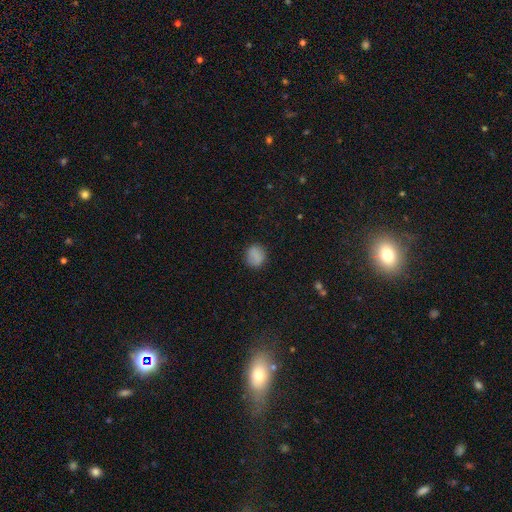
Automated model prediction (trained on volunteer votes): A smooth galaxy with no disk features (83%) that is round (81%). Merging: none (86%).